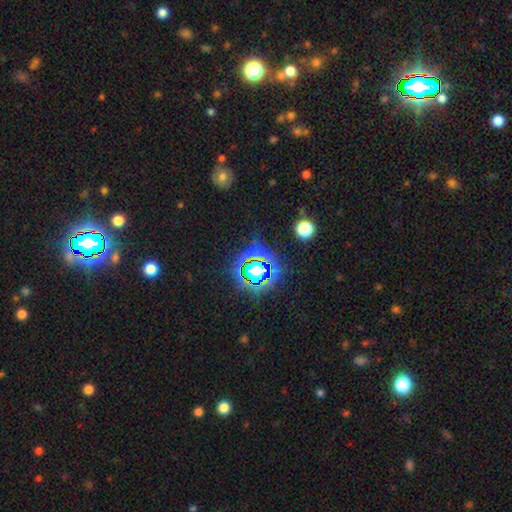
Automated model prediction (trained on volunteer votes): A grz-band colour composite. It shows a star or artifact, not a galaxy (81%).